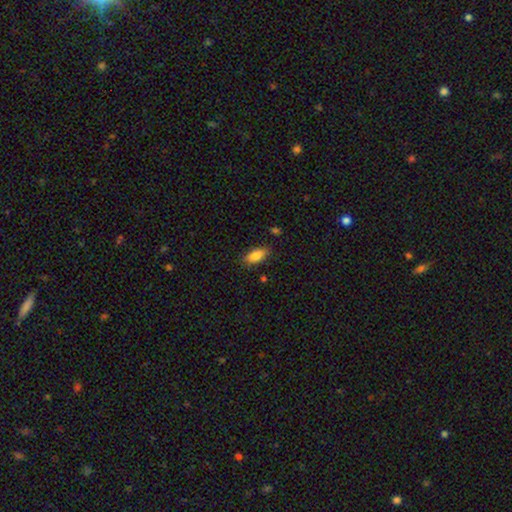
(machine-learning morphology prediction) Q: Smooth or featured?
A: smooth (85%); runner-up: featured or disk (8%)
Q: How rounded?
A: in between (85%); runner-up: cigar-shaped (12%)
Q: Merging?
A: none (82%); runner-up: minor disturbance (13%)